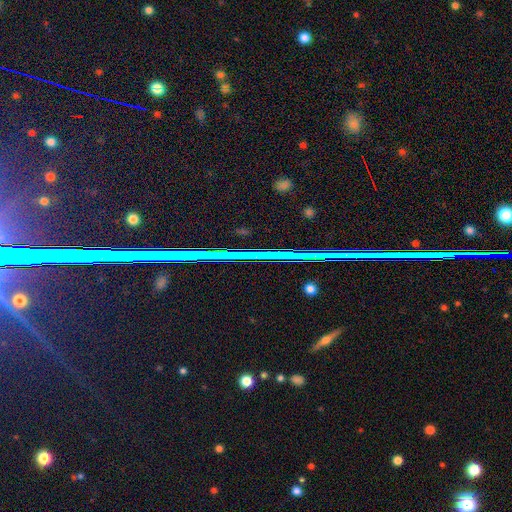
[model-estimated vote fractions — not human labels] Smooth or featured: star or artifact — 83% (featured or disk — 9%)